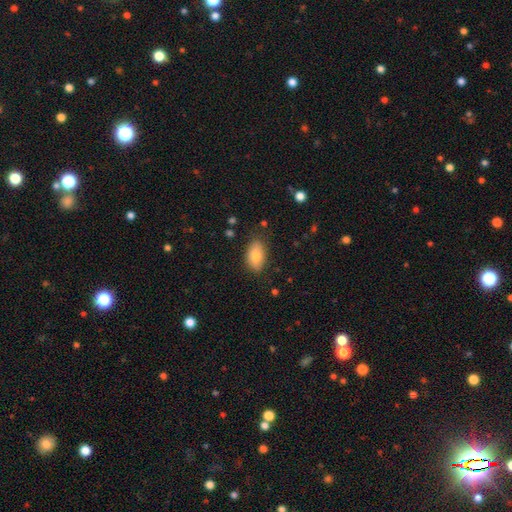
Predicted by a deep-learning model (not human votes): Smooth or featured? Predicted: smooth (p=0.80). How rounded? Predicted: in between (p=0.91). Merging? Predicted: none (p=0.82).